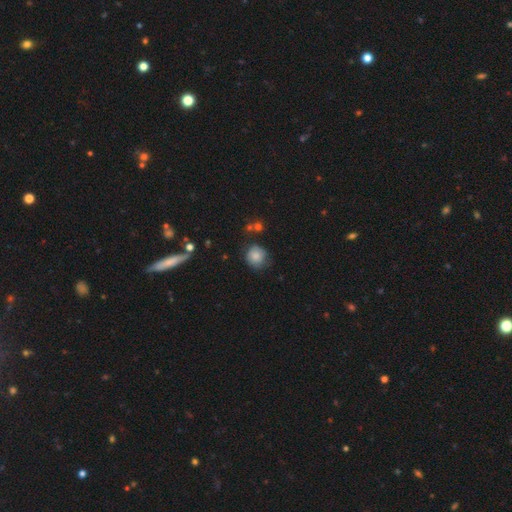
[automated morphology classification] Smooth or featured? smooth (81%)
How rounded? round (89%)
Merging? none (70%)